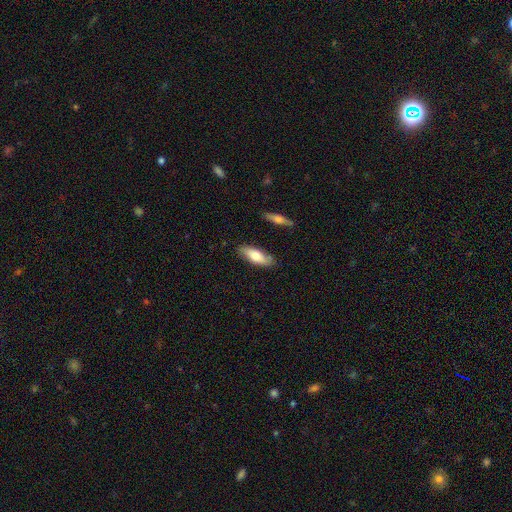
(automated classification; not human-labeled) smooth_or_featured: smooth (p=0.69) [alt: featured or disk p=0.25]
how_rounded: in between (p=0.70) [alt: cigar-shaped p=0.28]
merging: none (p=0.82) [alt: minor disturbance p=0.13]